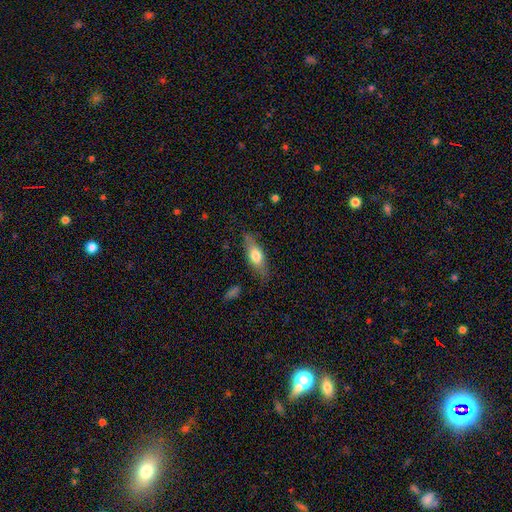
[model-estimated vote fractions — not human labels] This appears to be a smooth galaxy with no disk features (65%) that is in between round and cigar-shaped (63%). Merging: none (78%).